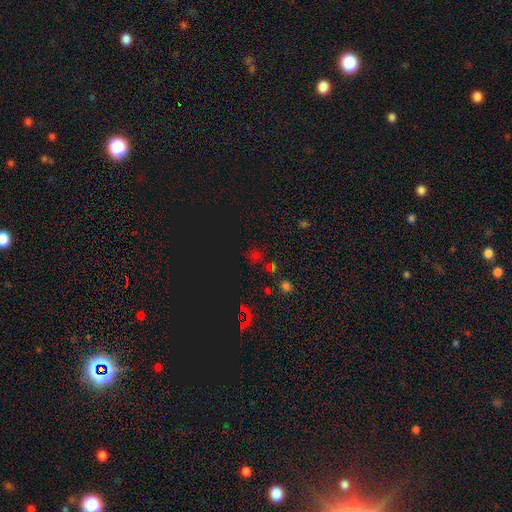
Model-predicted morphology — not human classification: This is likely a star or artifact rather than a galaxy (62%).